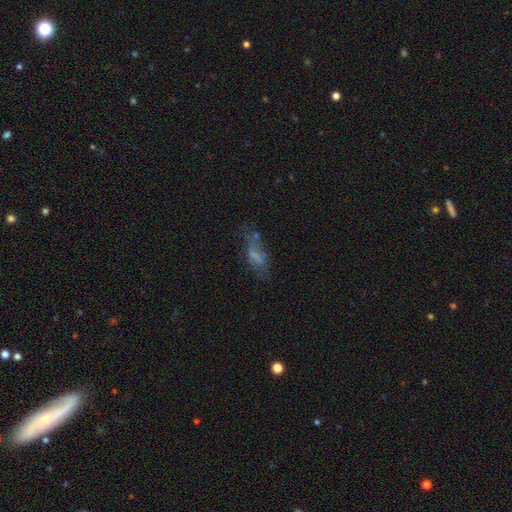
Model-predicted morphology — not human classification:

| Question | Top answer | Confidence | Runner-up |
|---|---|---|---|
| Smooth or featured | smooth | 46% | featured or disk (39%) |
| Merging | none | 43% | major disturbance (26%) |